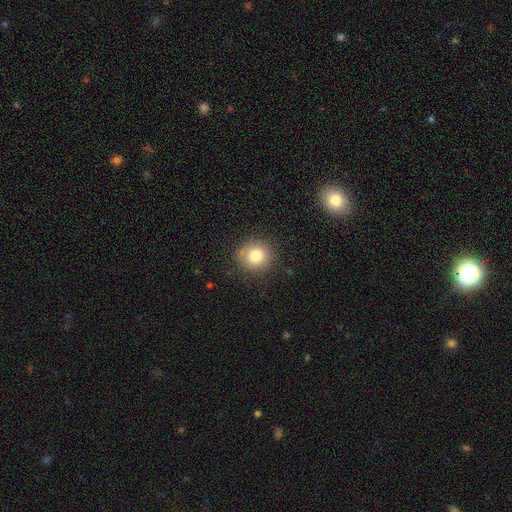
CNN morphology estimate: The model was most divided on "smooth or featured": smooth: 79%, star or artifact: 11%, featured or disk: 10%. More confident: how rounded — round (90%); merging — none (84%).